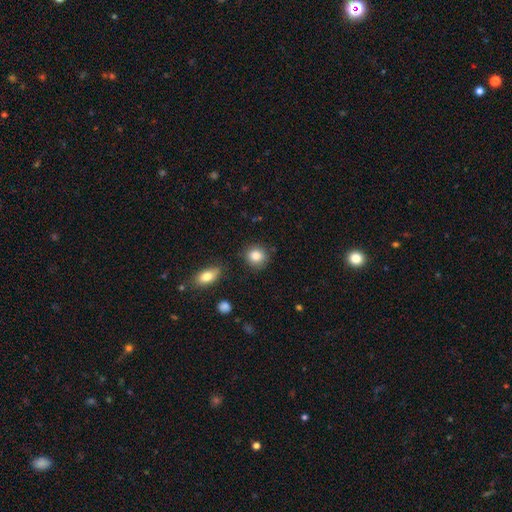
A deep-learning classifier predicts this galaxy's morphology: Smooth or featured?
  - smooth: 85% *
  - star or artifact: 9%
  - featured or disk: 6%
How rounded?
  - round: 86% *
  - in between: 13%
  - cigar-shaped: 1%
Merging?
  - none: 85% *
  - minor disturbance: 10%
  - merger: 3%
  - major disturbance: 3%